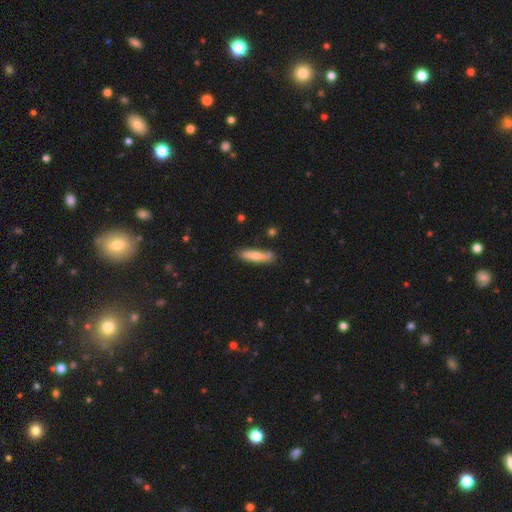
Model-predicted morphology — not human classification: A smooth galaxy with no disk features (69%) that is cigar-shaped (80%). Merging: none (81%).